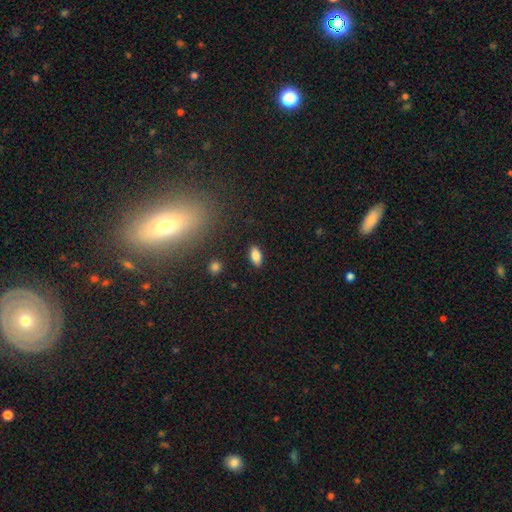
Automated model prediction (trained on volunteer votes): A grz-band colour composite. It shows a smooth galaxy with no disk features (85%) that is in between round and cigar-shaped (90%). Merging: none (88%).